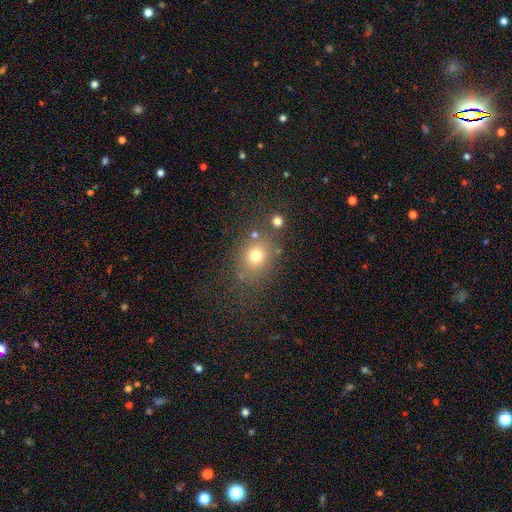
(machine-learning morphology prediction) smooth_or_featured: smooth (p=0.73) [alt: star or artifact p=0.16]
how_rounded: round (p=0.62) [alt: in between p=0.37]
merging: none (p=0.72) [alt: minor disturbance p=0.14]